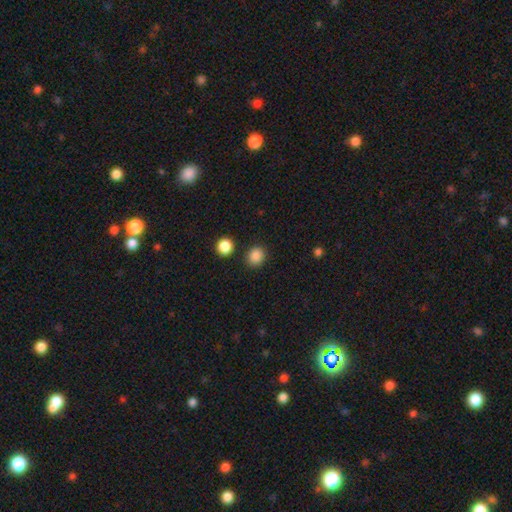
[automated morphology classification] The model was most divided on "how rounded": round: 78%, in between: 21%, cigar-shaped: 1%. More confident: merging — none (87%); smooth or featured — smooth (87%).